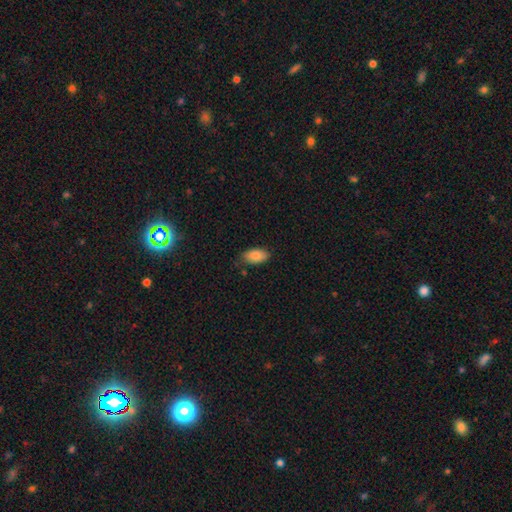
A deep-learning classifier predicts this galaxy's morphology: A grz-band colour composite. It shows a smooth galaxy with no disk features (86%) that is in between round and cigar-shaped (94%). Merging: none (80%).